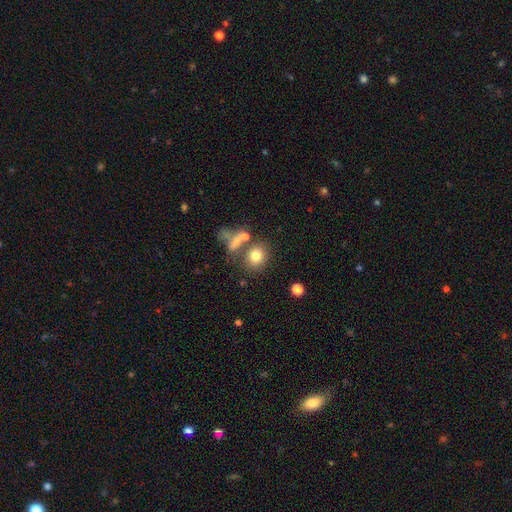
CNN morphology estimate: A smooth galaxy with no disk features (77%) that is round (62%). Merging: none (60%).